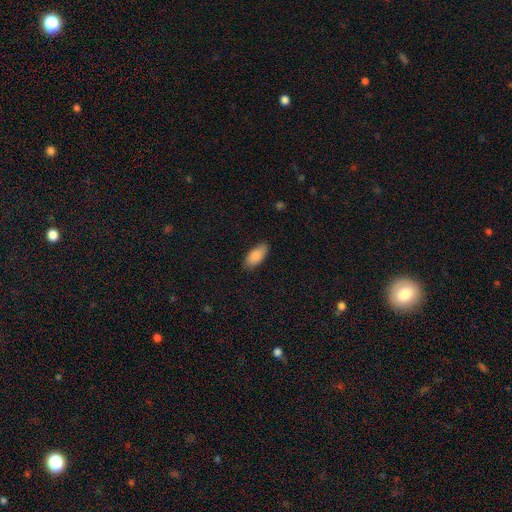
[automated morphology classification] Smooth or featured?
  - smooth: 88% *
  - star or artifact: 6%
  - featured or disk: 6%
How rounded?
  - in between: 90% *
  - cigar-shaped: 8%
  - round: 2%
Merging?
  - none: 85% *
  - minor disturbance: 12%
  - major disturbance: 2%
  - merger: 1%